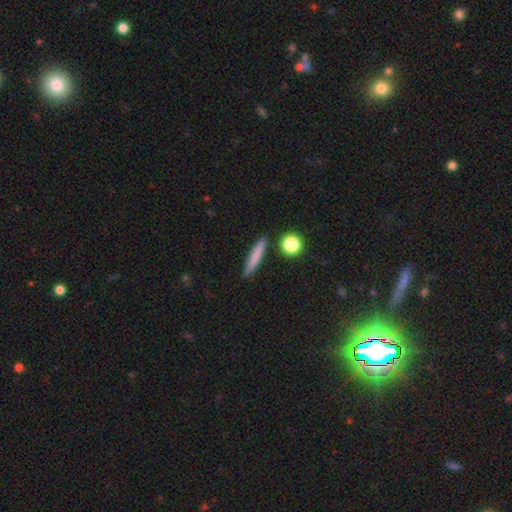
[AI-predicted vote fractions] smooth_or_featured: smooth (p=0.75) [alt: featured or disk p=0.17]
how_rounded: cigar-shaped (p=0.91) [alt: in between p=0.06]
merging: none (p=0.87) [alt: minor disturbance p=0.08]